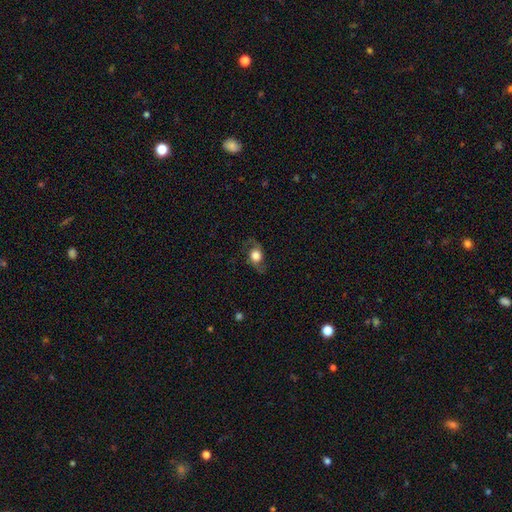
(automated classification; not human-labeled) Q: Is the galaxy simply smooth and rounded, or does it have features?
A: smooth — 46%, tied with featured or disk.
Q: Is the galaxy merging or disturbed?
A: none — 70%.